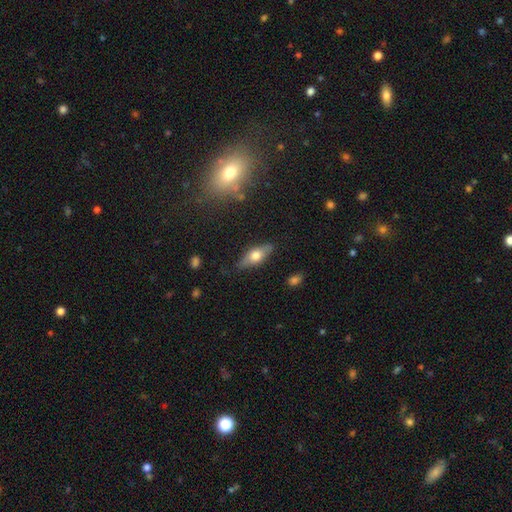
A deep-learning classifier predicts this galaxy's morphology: The model was most divided on "smooth or featured": smooth: 52%, featured or disk: 41%, star or artifact: 7%. More confident: merging — none (81%); how rounded — in between (65%).